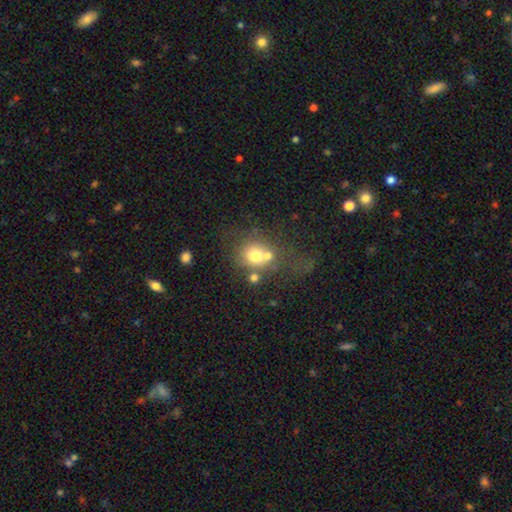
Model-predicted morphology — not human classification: Smooth or featured? Predicted: smooth (p=0.66). How rounded? Predicted: round (p=0.78). Merging? Predicted: none (p=0.40).